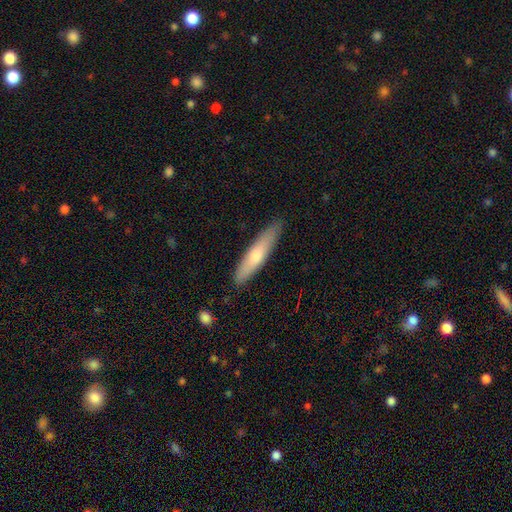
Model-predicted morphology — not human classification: smooth-or-featured: smooth: 63% | featured or disk: 31% | star or artifact: 6%
  how-rounded: cigar-shaped: 84% | in between: 15% | round: 1%
  merging: none: 87% | minor disturbance: 10% | major disturbance: 2% | merger: 1%